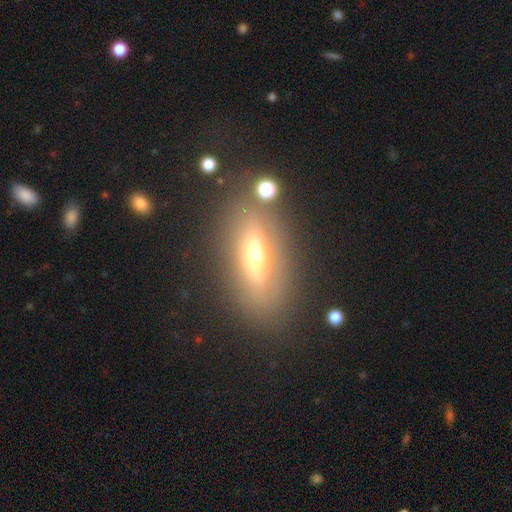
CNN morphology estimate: Smooth or featured? smooth (46%)
Merging? none (76%)